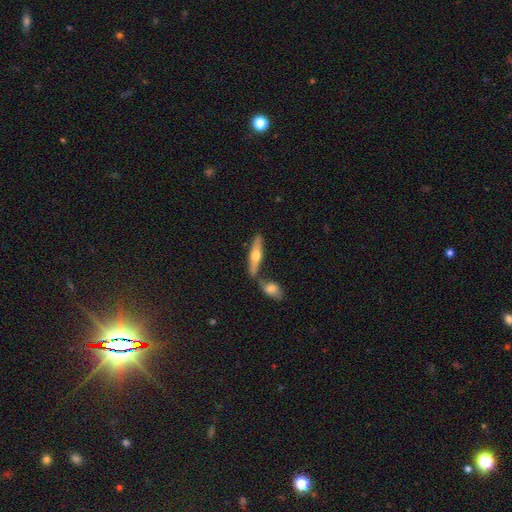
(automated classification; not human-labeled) Smooth or featured? Predicted: featured or disk (p=0.48). Merging? Predicted: none (p=0.59).